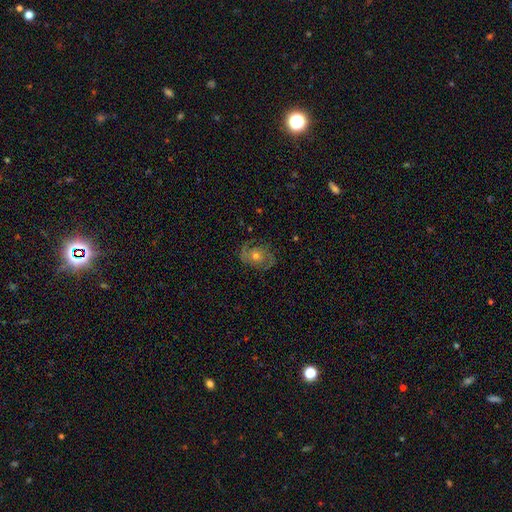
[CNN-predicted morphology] type=featured or disk (83%); edge-on=no (97%); bar=no (71%); spiral arms=yes (95%); winding=medium (51%); arm count=2 (84%); bulge=moderate (57%); merging=none (78%).